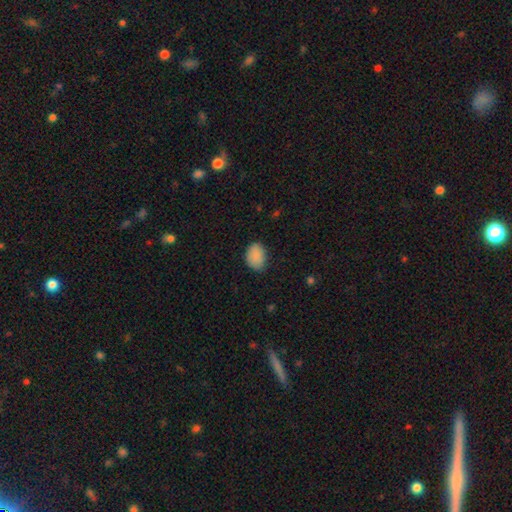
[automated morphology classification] smooth-or-featured: smooth: 88% | star or artifact: 8% | featured or disk: 4%
  how-rounded: in between: 75% | round: 24% | cigar-shaped: 1%
  merging: none: 76% | minor disturbance: 20% | major disturbance: 4% | merger: 1%